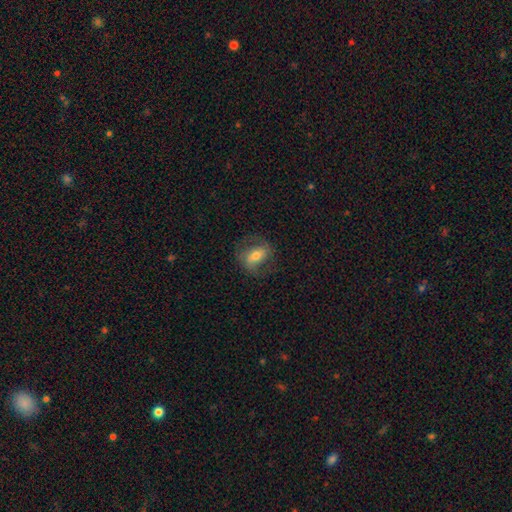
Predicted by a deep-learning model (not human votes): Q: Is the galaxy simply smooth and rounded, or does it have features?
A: smooth — 47%.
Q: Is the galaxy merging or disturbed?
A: none — 70%.